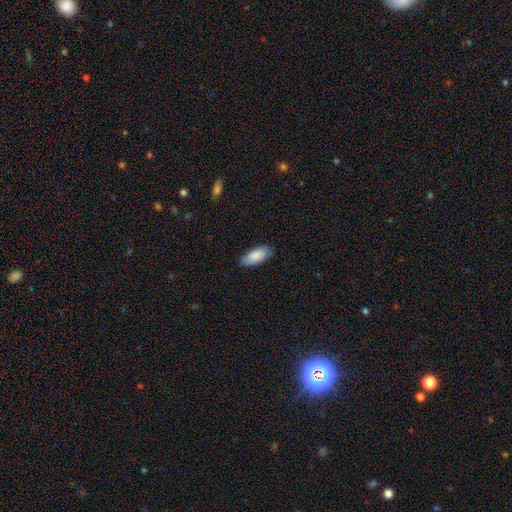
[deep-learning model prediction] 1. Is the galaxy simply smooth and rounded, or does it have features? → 87% smooth, 7% featured or disk, 6% star or artifact.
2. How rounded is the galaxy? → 88% in between, 10% cigar-shaped, 2% round.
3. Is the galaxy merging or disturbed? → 85% none, 12% minor disturbance, 2% major disturbance, 1% merger.